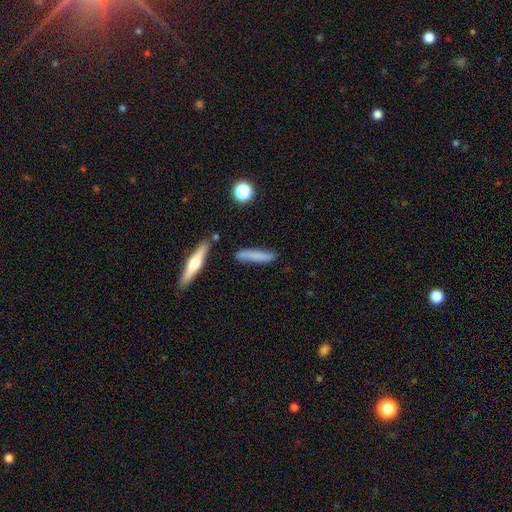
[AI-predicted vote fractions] Smooth or featured? smooth (68%)
How rounded? cigar-shaped (89%)
Merging? none (78%)